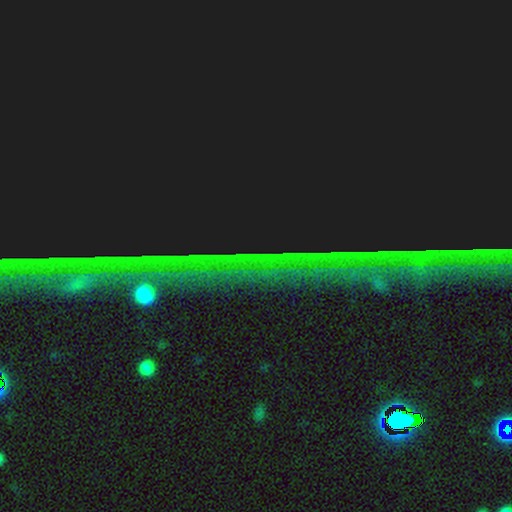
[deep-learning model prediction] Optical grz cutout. It shows a star or artifact, not a galaxy (85%).